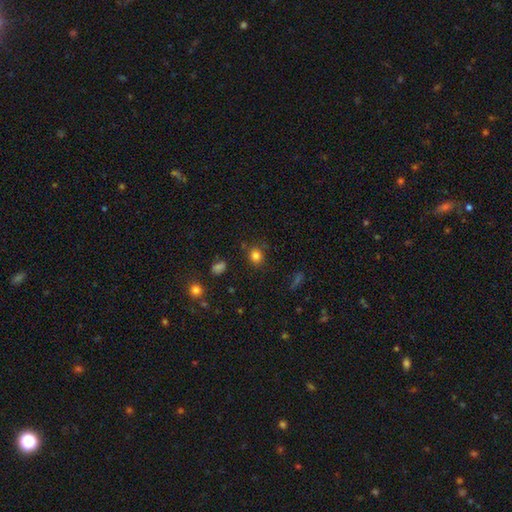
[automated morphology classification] Overall: smooth (81%). How rounded: round (80%). Merging: none (82%).